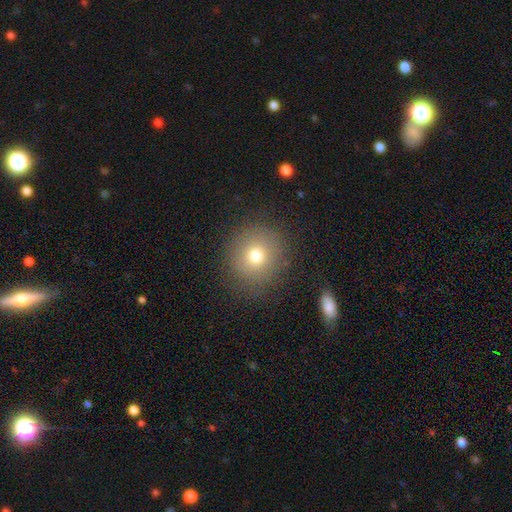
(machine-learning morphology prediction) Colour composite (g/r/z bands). It shows a smooth galaxy with no disk features (73%) that is round (90%). Merging: none (85%).